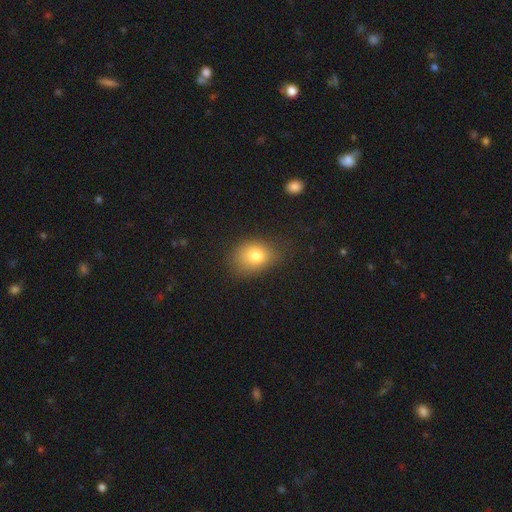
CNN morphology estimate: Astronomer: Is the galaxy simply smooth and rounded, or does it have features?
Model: smooth — 78%.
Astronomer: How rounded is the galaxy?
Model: in between — 59% (runner-up: round, 40%).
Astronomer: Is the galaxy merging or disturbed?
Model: none — 70%.